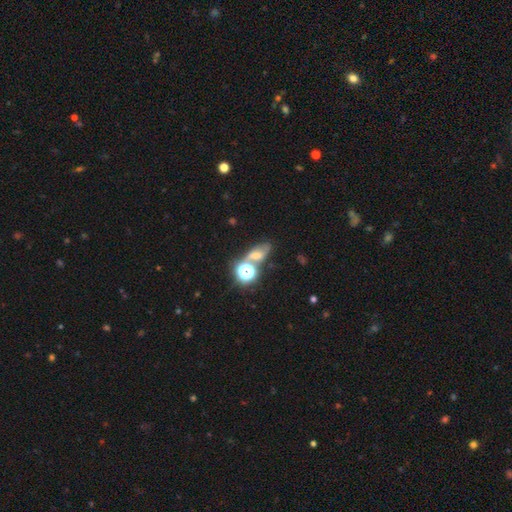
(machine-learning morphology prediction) Overall: smooth (46%; star or artifact 30%). Merging: none (46%; merger 28%).